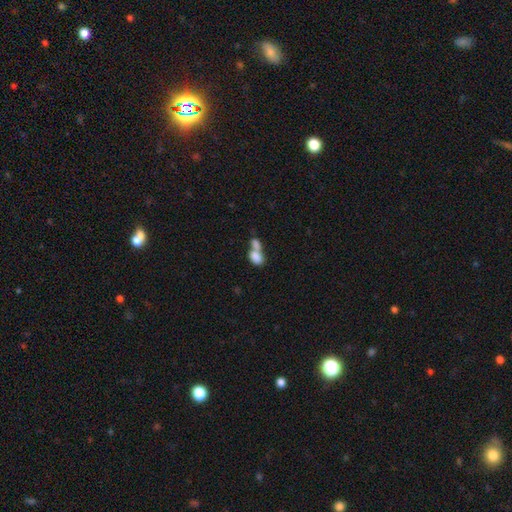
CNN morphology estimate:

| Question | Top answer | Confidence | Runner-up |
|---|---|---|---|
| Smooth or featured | smooth | 79% | featured or disk (12%) |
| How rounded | in between | 83% | round (14%) |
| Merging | merger | 70% | none (19%) |